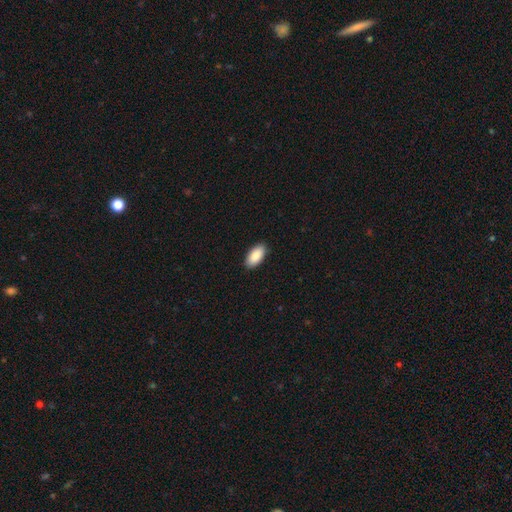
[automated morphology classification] type=smooth (90%); roundness=in between (95%); merging=none (90%).